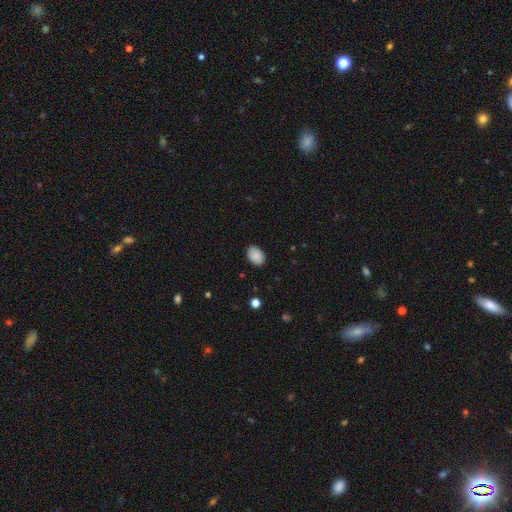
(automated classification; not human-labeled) Overall: smooth (87%). How rounded: in between (79%). Merging: none (85%).